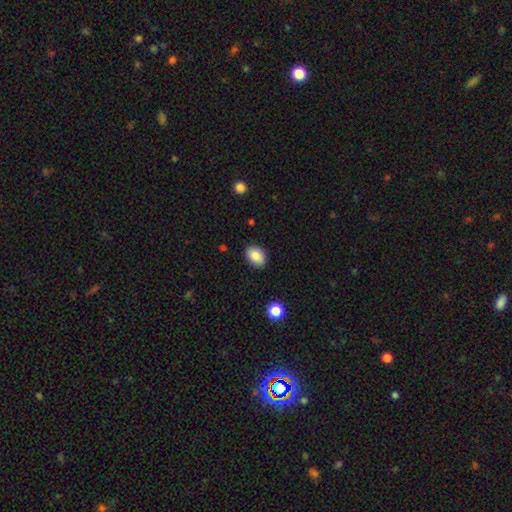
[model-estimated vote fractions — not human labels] smooth_or_featured: smooth (p=0.86) [alt: star or artifact p=0.08]
how_rounded: in between (p=0.81) [alt: round p=0.18]
merging: none (p=0.87) [alt: minor disturbance p=0.09]